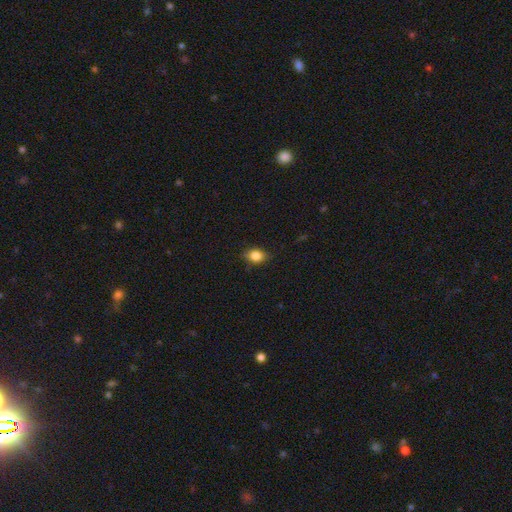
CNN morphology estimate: smooth-or-featured: smooth: 85% | star or artifact: 9% | featured or disk: 6%
  how-rounded: in between: 67% | round: 31% | cigar-shaped: 2%
  merging: none: 82% | minor disturbance: 14% | major disturbance: 3% | merger: 1%